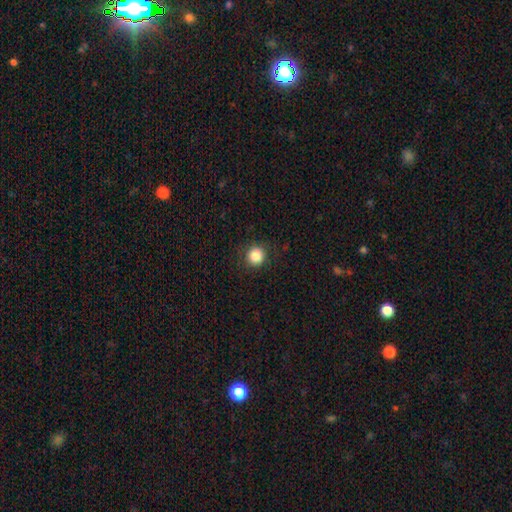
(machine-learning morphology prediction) smooth 85%, star or artifact 11%, featured or disk 4%. Down the decision tree: how rounded — round (92%); merging — none (89%).